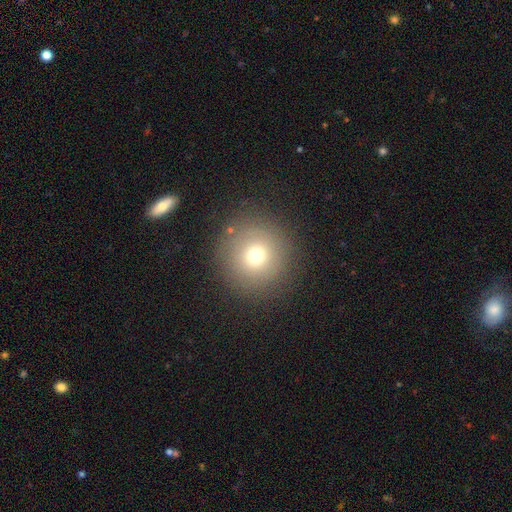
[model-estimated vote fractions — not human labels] A smooth galaxy with no disk features (72%) that is round (96%). Merging: none (87%).